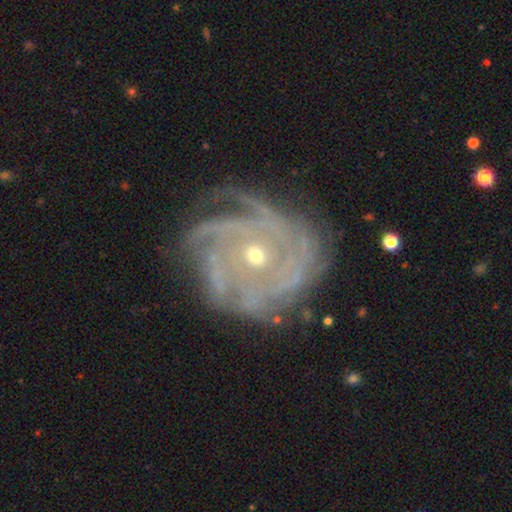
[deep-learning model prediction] This is clearly a featured or disk galaxy (87%). It is clearly not viewed edge-on (97%). Bar: likely no (79%). Spiral arm pattern: clearly yes (95%). Spiral arm count: marginally can't tell (24%). Spiral winding: likely tight (76%). Central bulge: likely small (63%). Merging: likely none (64%).